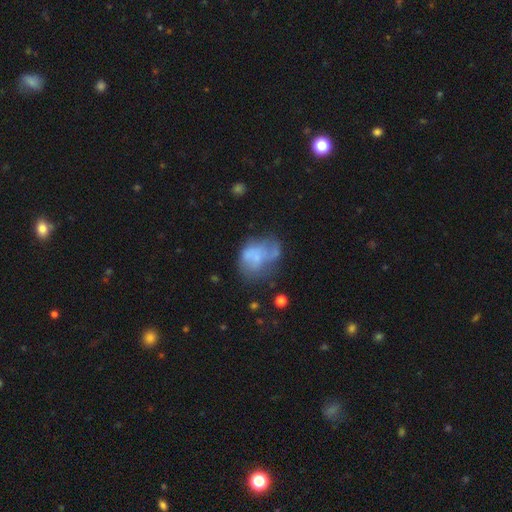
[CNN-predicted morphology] Smooth or featured: featured or disk — 45% (smooth — 44%)
Merging: none — 30% (major disturbance — 29%)